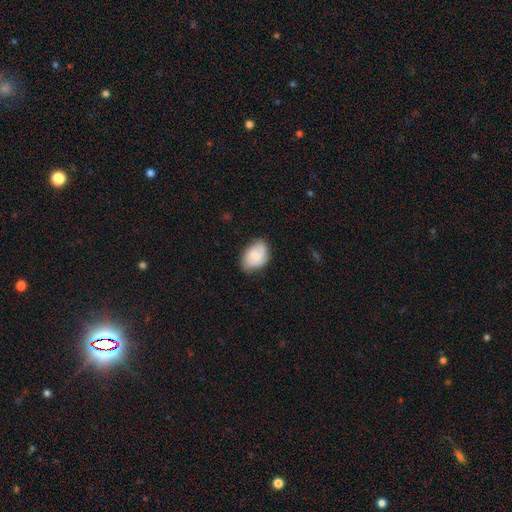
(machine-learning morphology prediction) The model was most divided on "smooth or featured": smooth: 68%, featured or disk: 25%, star or artifact: 7%. More confident: how rounded — in between (80%); merging — none (68%).